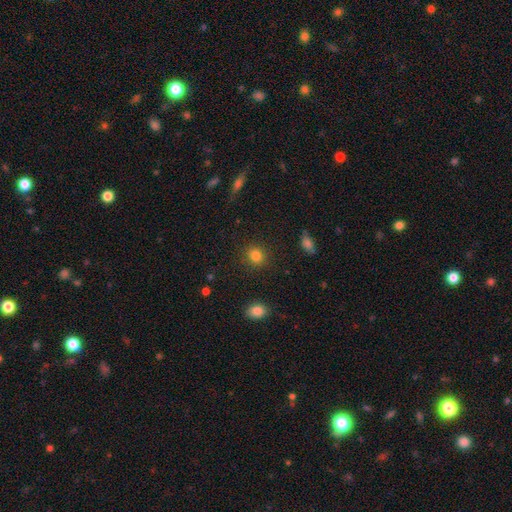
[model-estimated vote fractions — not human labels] Smooth or featured?
  - smooth: 83% *
  - star or artifact: 12%
  - featured or disk: 5%
How rounded?
  - round: 78% *
  - in between: 21%
  - cigar-shaped: 1%
Merging?
  - none: 88% *
  - minor disturbance: 7%
  - major disturbance: 3%
  - merger: 2%